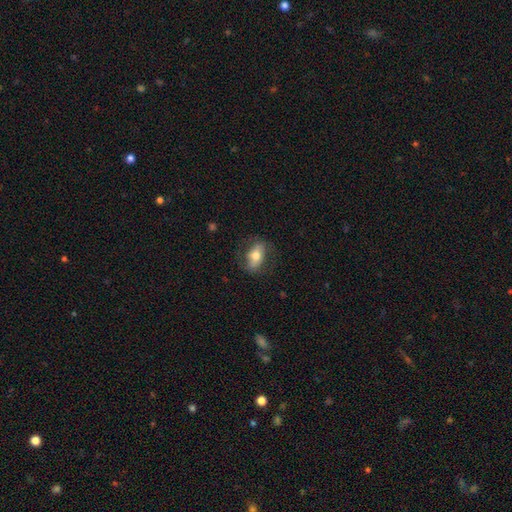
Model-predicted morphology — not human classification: smooth-or-featured: smooth: 57% | featured or disk: 36% | star or artifact: 7%
  how-rounded: in between: 82% | round: 11% | cigar-shaped: 7%
  merging: none: 74% | minor disturbance: 17% | major disturbance: 8% | merger: 1%